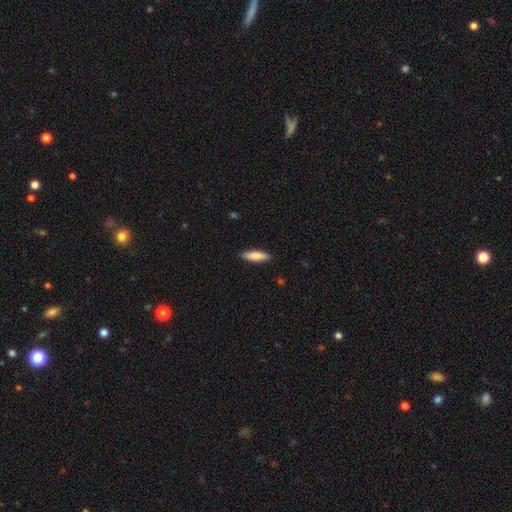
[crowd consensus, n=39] Morphology: type=smooth (79%); roundness=cigar-shaped (61%); merging=none (92%).